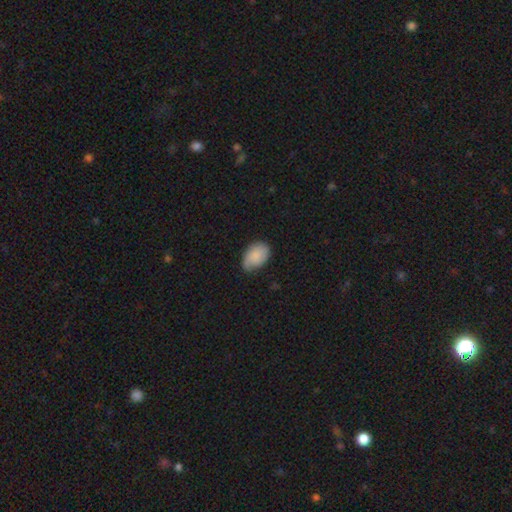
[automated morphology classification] This is likely a smooth galaxy (77%). How rounded: clearly in between (85%). Merging: possibly none (56%).